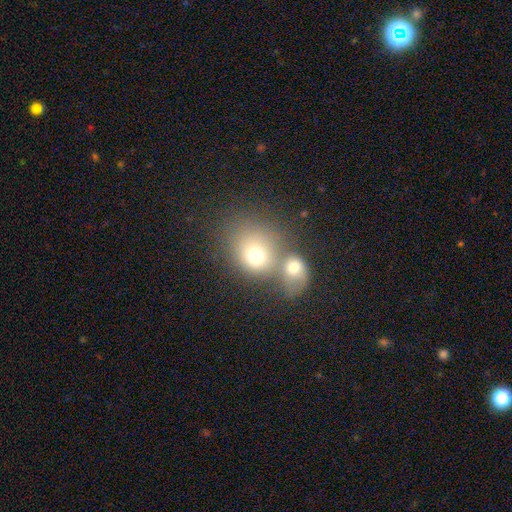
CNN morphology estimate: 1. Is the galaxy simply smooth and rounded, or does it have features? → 71% smooth, 18% featured or disk, 12% star or artifact.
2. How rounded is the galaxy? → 65% round, 34% in between, 1% cigar-shaped.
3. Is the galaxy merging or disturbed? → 58% merger, 28% none, 8% minor disturbance, 6% major disturbance.